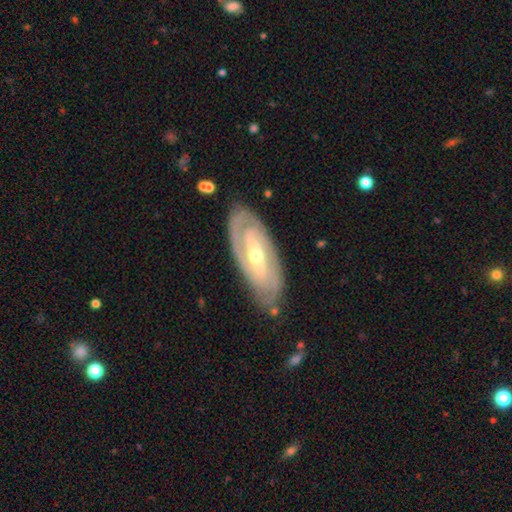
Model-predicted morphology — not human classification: Overall: featured or disk (84%). Edge-on disk: no (91%). Bar: strong (37%; weak 36%). Spiral arms: yes (91%). Spiral arm count: 2 (64%). Spiral winding: tight (66%; medium 27%). Bulge size: small (51%; moderate 45%). Merging: none (80%).